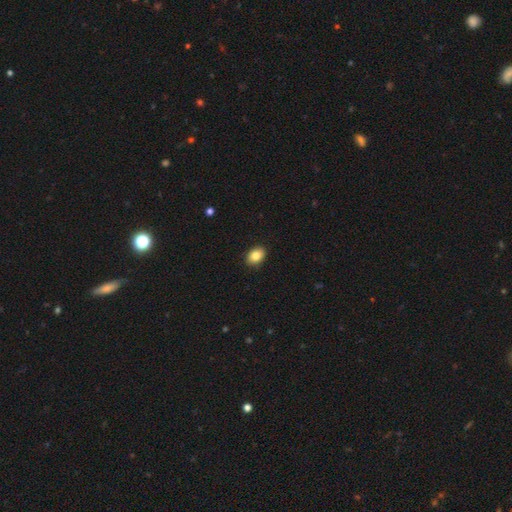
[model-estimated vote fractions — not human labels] smooth-or-featured: smooth: 85% | star or artifact: 8% | featured or disk: 7%
  how-rounded: in between: 78% | round: 21% | cigar-shaped: 1%
  merging: none: 89% | minor disturbance: 8% | major disturbance: 2% | merger: 1%